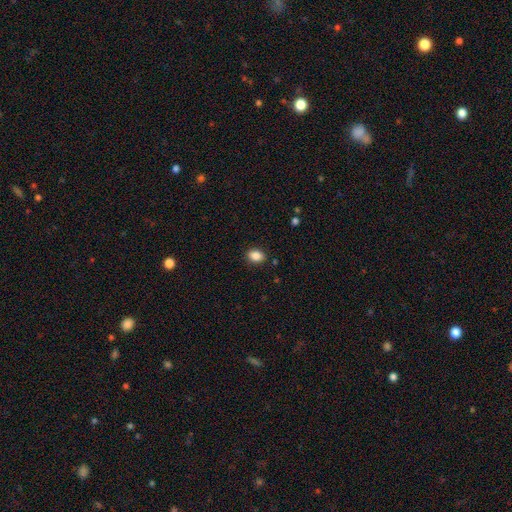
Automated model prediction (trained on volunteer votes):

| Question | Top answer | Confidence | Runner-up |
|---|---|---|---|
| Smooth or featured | smooth | 87% | star or artifact (9%) |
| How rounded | in between | 73% | round (26%) |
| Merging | none | 87% | minor disturbance (9%) |